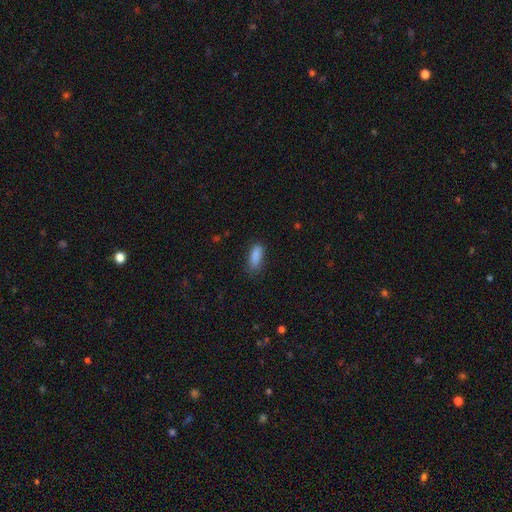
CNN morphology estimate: Smooth or featured?
  - smooth: 88% *
  - star or artifact: 8%
  - featured or disk: 4%
How rounded?
  - in between: 75% *
  - cigar-shaped: 23%
  - round: 2%
Merging?
  - none: 75% *
  - minor disturbance: 19%
  - major disturbance: 4%
  - merger: 1%